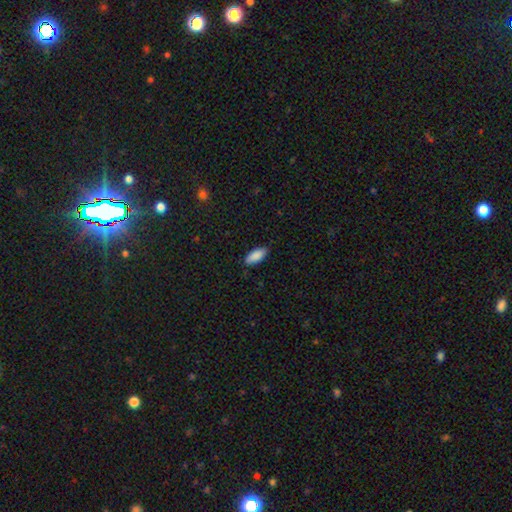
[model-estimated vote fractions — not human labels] A smooth galaxy with no disk features (89%) that is in between round and cigar-shaped (86%).

Vote fractions:
- Smooth or featured? smooth: 89% / star or artifact: 6% / featured or disk: 5%
- How rounded? in between: 86% / cigar-shaped: 13% / round: 2%
- Merging? none: 86% / minor disturbance: 11% / major disturbance: 2% / merger: 1%